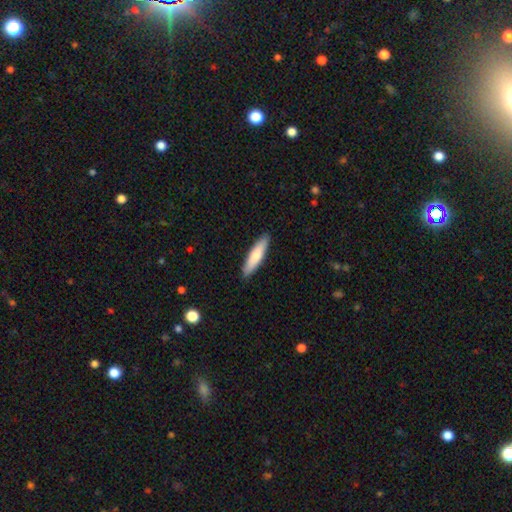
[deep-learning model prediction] Smooth or featured?
  - smooth: 77% *
  - featured or disk: 18%
  - star or artifact: 5%
How rounded?
  - cigar-shaped: 75% *
  - in between: 24%
  - round: 1%
Merging?
  - none: 90% *
  - minor disturbance: 8%
  - major disturbance: 1%
  - merger: 1%